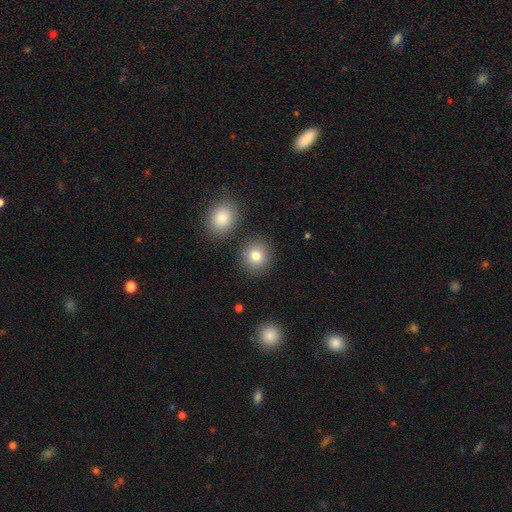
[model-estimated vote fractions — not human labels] Overall: smooth (82%). How rounded: round (86%). Merging: none (83%).